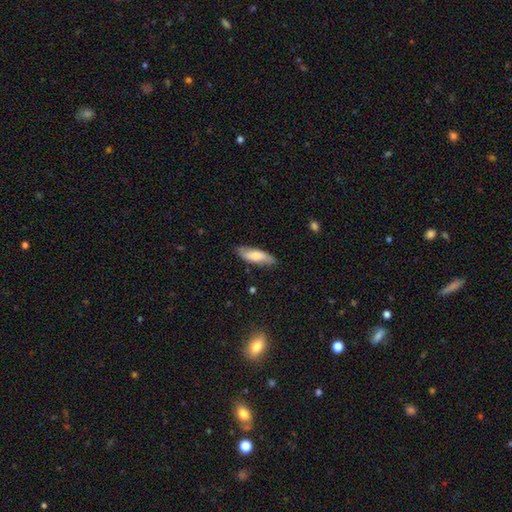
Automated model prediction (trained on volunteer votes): The model was most divided on "how rounded": in between: 56%, cigar-shaped: 41%, round: 2%. More confident: merging — none (82%); smooth or featured — smooth (66%).